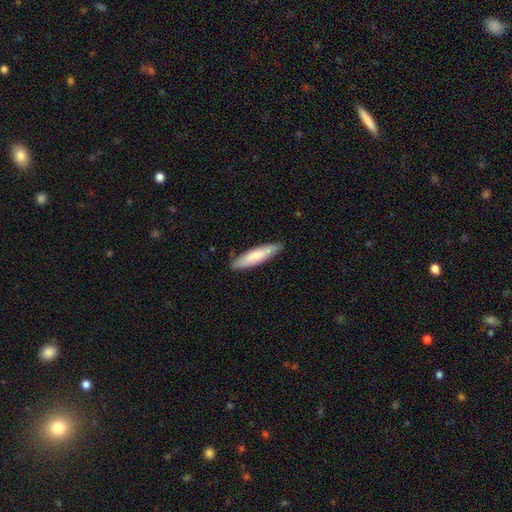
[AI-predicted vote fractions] Smooth or featured? smooth (69%)
How rounded? cigar-shaped (76%)
Merging? none (87%)